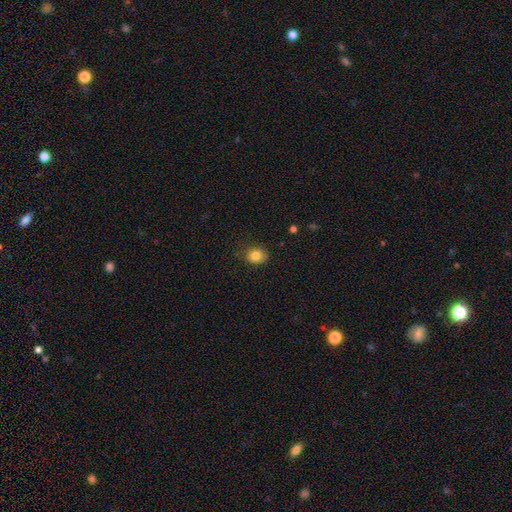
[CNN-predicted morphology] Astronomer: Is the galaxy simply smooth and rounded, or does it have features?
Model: smooth — 83%.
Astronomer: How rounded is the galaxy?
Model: round — 72%.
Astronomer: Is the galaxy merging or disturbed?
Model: none — 81%.